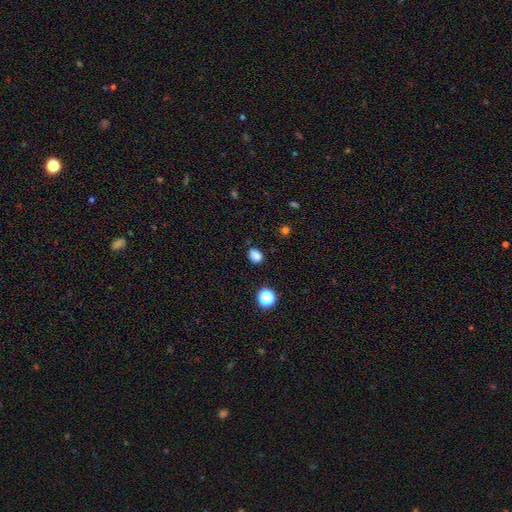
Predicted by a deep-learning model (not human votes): Smooth or featured? Predicted: smooth (p=0.83). How rounded? Predicted: in between (p=0.52). Merging? Predicted: none (p=0.81).